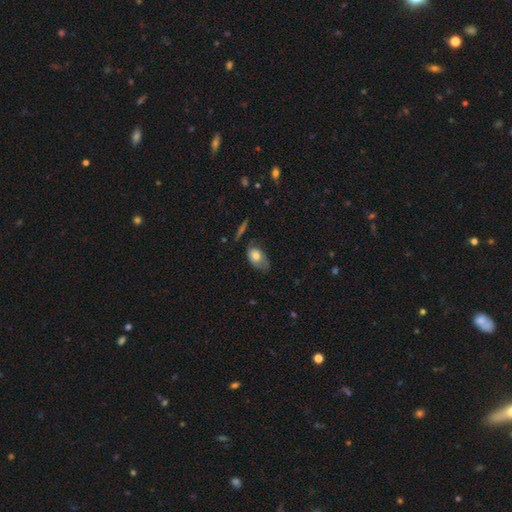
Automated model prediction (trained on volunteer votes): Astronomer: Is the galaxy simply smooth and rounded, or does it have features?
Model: smooth — 73%.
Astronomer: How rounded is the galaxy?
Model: in between — 88%.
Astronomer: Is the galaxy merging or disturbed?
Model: none — 43% (runner-up: minor disturbance, 38%).